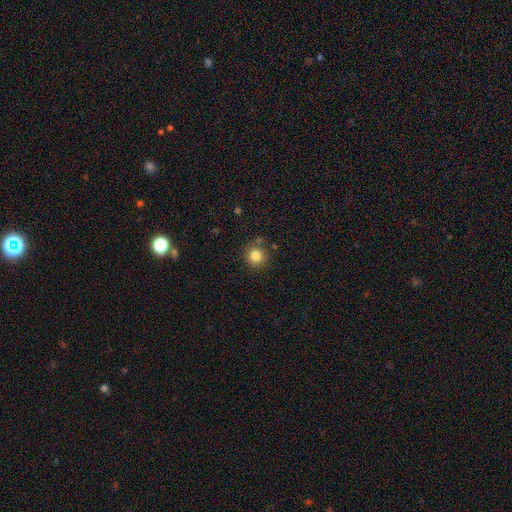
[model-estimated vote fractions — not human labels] Smooth or featured? smooth (83%)
How rounded? round (92%)
Merging? none (81%)